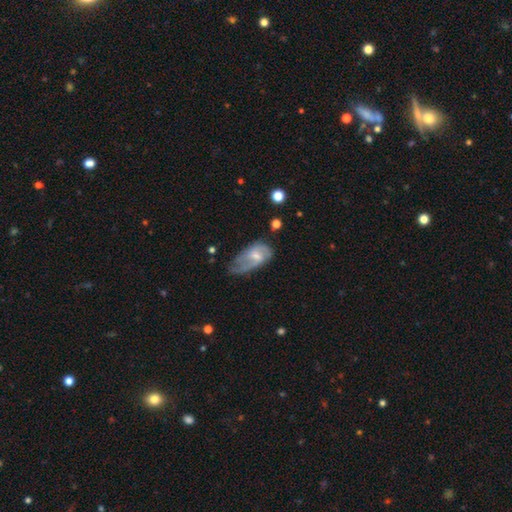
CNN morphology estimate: Smooth or featured? Predicted: featured or disk (p=0.56). Edge-on disk? Predicted: no (p=0.94). Bar? Predicted: weak (p=0.49). Spiral arms? Predicted: yes (p=0.72). Bulge size? Predicted: moderate (p=0.43). Merging? Predicted: minor disturbance (p=0.35).